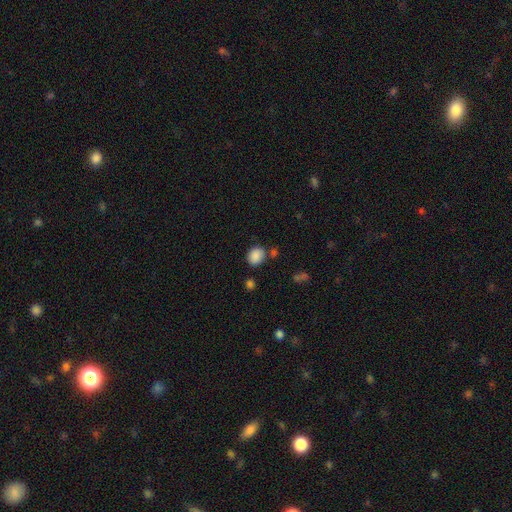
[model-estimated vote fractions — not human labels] Smooth or featured? Predicted: smooth (p=0.87). How rounded? Predicted: round (p=0.58). Merging? Predicted: none (p=0.74).